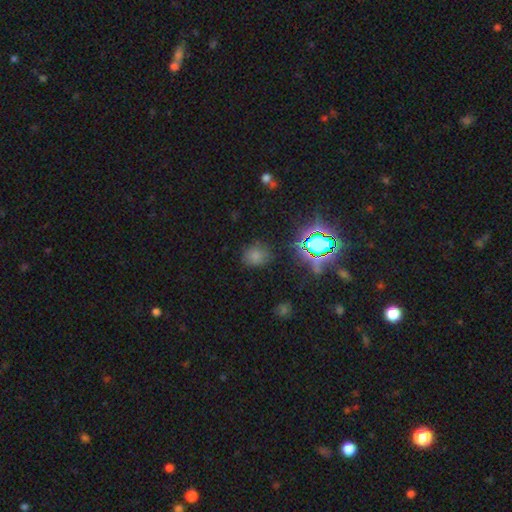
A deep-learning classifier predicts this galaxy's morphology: The model was most divided on "how rounded": round: 65%, in between: 33%, cigar-shaped: 1%. More confident: merging — none (78%); smooth or featured — smooth (67%).